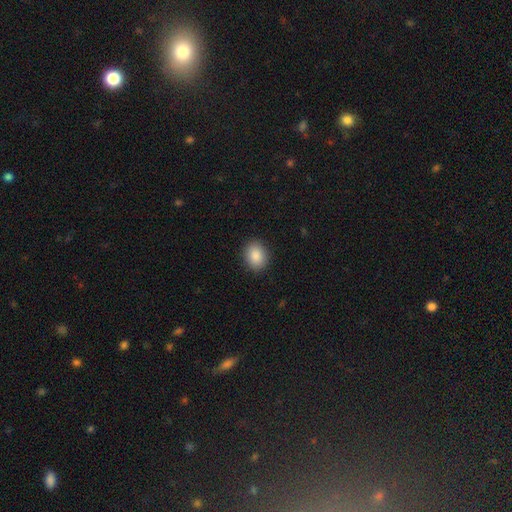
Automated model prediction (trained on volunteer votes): smooth_or_featured: smooth (p=0.88) [alt: star or artifact p=0.08]
how_rounded: round (p=0.51) [alt: in between p=0.48]
merging: none (p=0.90) [alt: minor disturbance p=0.07]